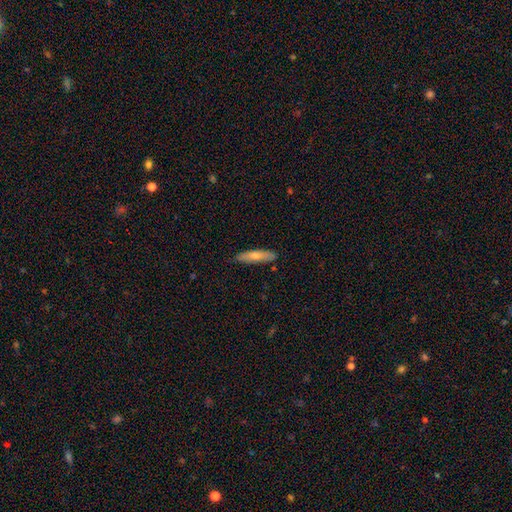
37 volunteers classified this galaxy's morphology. A smooth galaxy with no disk features (84%) that is cigar-shaped (65%).

Vote fractions:
- Smooth or featured? smooth: 84% / featured or disk: 14% / star or artifact: 3%
- How rounded? cigar-shaped: 65% / in between: 35% / round: 0%
- Merging? none: 92% / minor disturbance: 8% / major disturbance: 0% / merger: 0%